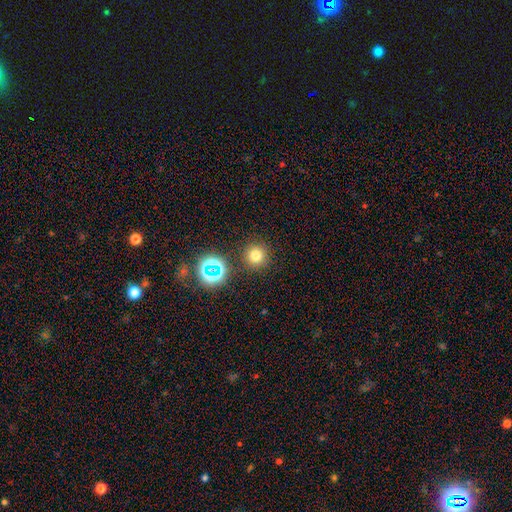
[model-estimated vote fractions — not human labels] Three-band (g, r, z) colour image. It shows a smooth galaxy with no disk features (71%) that is round (95%). Merging: none (88%).